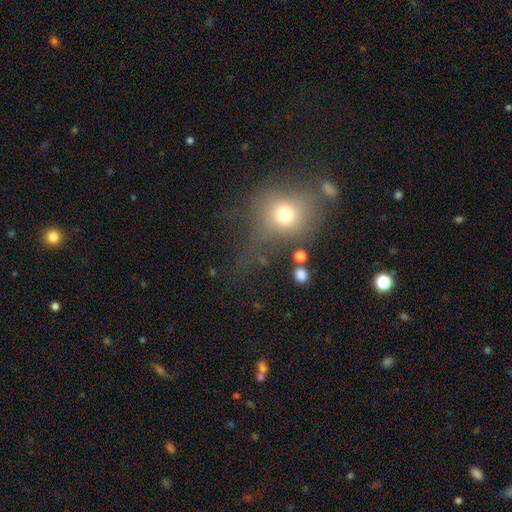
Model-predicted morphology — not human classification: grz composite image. It shows a smooth galaxy with no disk features (58%) that is round (76%). Merging: none (47%).